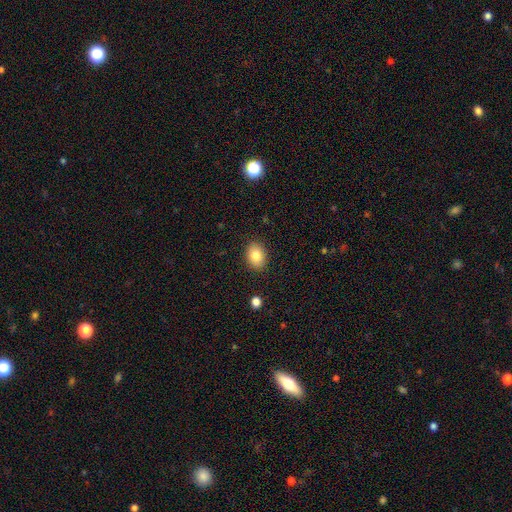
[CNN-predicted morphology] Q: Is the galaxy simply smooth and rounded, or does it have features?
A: smooth — 83%.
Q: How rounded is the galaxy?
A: in between — 68%.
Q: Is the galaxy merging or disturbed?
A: none — 88%.